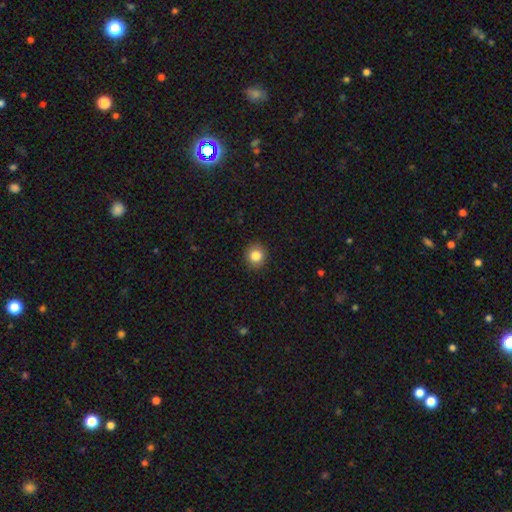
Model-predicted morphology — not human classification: Overall: smooth (84%). How rounded: round (87%). Merging: none (91%).